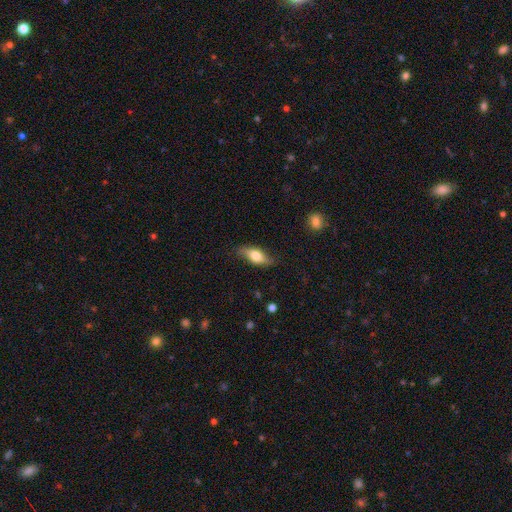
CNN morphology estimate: Overall: smooth (64%; featured or disk 29%). How rounded: in between (75%). Merging: none (75%).